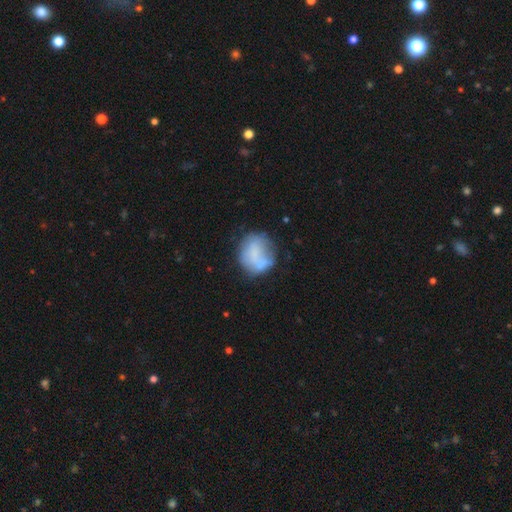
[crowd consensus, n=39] Smooth or featured?
  - smooth: 62% *
  - featured or disk: 31%
  - star or artifact: 8%
How rounded?
  - round: 92% *
  - in between: 8%
  - cigar-shaped: 0%
Merging?
  - none: 61% *
  - minor disturbance: 17%
  - major disturbance: 14%
  - merger: 8%